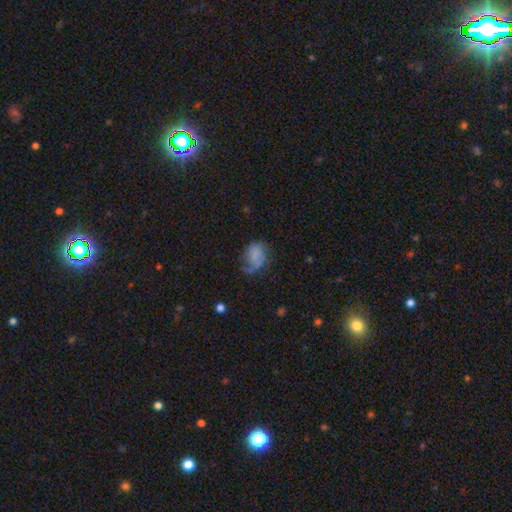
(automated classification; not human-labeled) This appears to be a smooth galaxy with no disk features (56%) that is in between round and cigar-shaped (65%). Merging: major disturbance (34%).